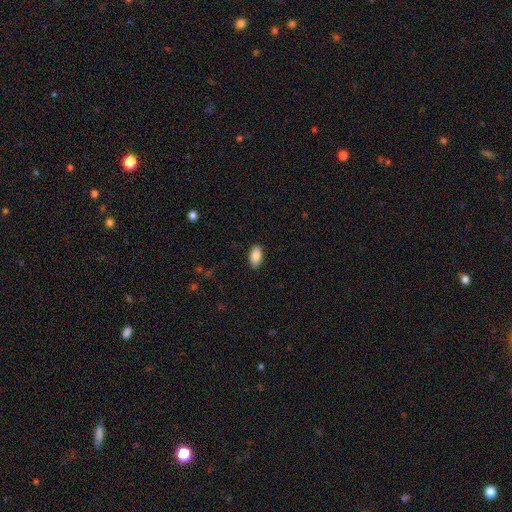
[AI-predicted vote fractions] A smooth galaxy with no disk features (87%) that is in between round and cigar-shaped (93%). Merging: none (87%).